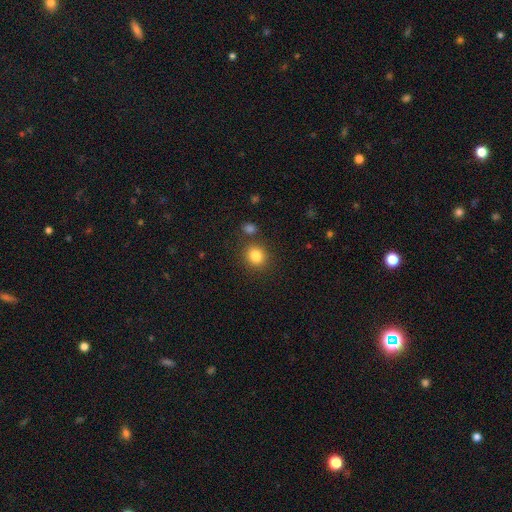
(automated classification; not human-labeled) The model was most divided on "how rounded": round: 83%, in between: 16%, cigar-shaped: 1%. More confident: smooth or featured — smooth (83%); merging — none (81%).